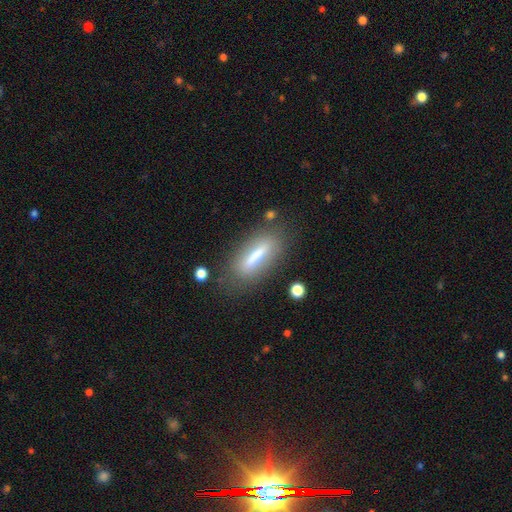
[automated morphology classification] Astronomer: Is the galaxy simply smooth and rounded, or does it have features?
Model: smooth — 59%.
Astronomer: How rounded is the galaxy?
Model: cigar-shaped — 66%.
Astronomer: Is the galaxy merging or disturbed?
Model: none — 78%.